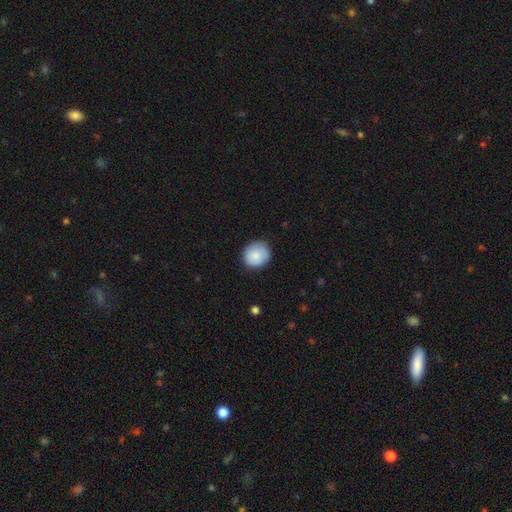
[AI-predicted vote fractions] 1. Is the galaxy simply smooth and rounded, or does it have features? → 85% smooth, 8% featured or disk, 7% star or artifact.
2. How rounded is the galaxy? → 83% round, 16% in between, 1% cigar-shaped.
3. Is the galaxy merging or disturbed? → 80% none, 16% minor disturbance, 3% major disturbance, 1% merger.